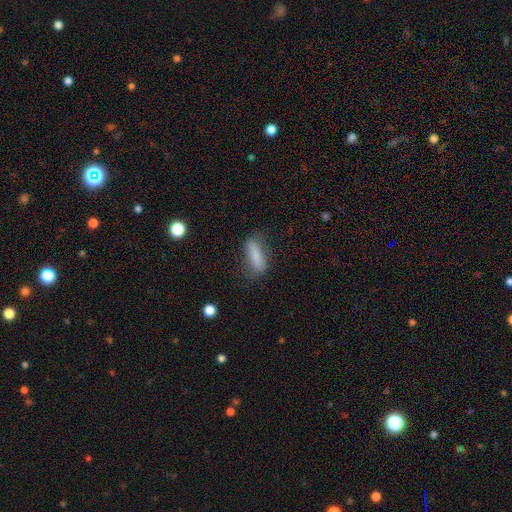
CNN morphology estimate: Overall: smooth (78%). How rounded: in between (52%; cigar-shaped 45%). Merging: none (68%).